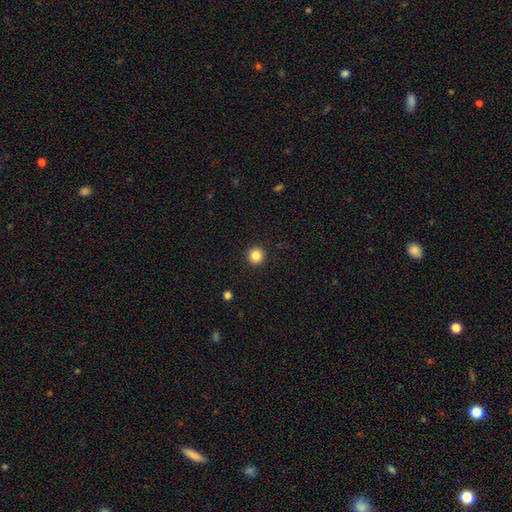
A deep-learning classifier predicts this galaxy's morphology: A smooth galaxy with no disk features (85%) that is round (96%). Merging: none (93%).